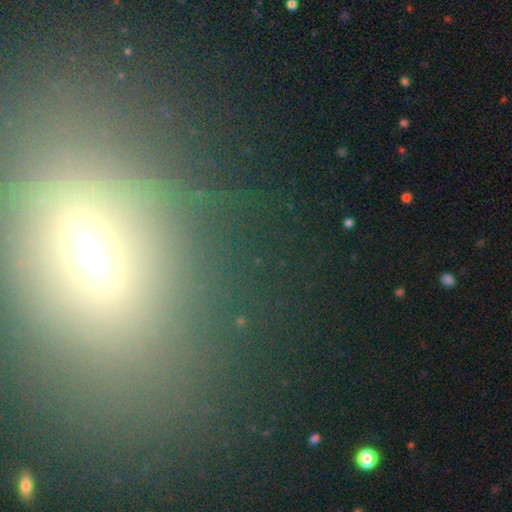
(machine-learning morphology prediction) Smooth or featured: star or artifact — 56% (smooth — 27%)